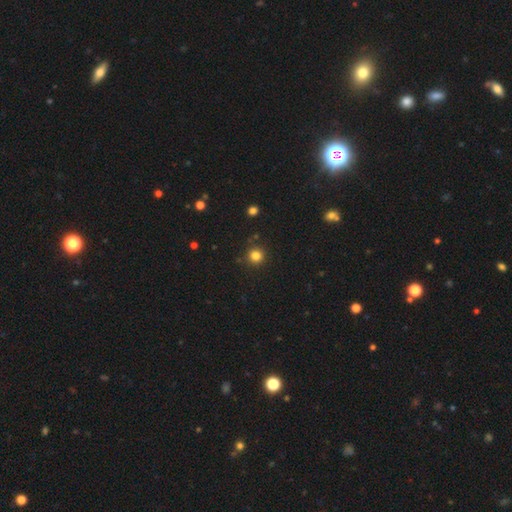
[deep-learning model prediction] Smooth or featured: smooth — 82% (star or artifact — 14%)
How rounded: round — 94% (in between — 5%)
Merging: none — 87% (minor disturbance — 7%)